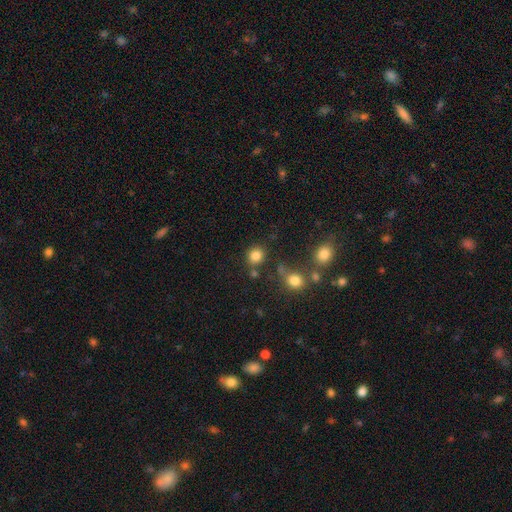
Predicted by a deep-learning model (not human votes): Smooth or featured: smooth — 83% (star or artifact — 12%)
How rounded: round — 85% (in between — 14%)
Merging: none — 76% (minor disturbance — 10%)